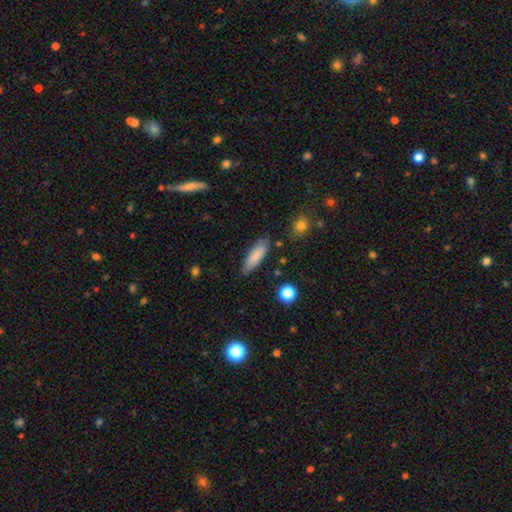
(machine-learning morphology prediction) smooth_or_featured: smooth (p=0.85) [alt: featured or disk p=0.09]
how_rounded: in between (p=0.54) [alt: cigar-shaped p=0.44]
merging: none (p=0.80) [alt: minor disturbance p=0.15]